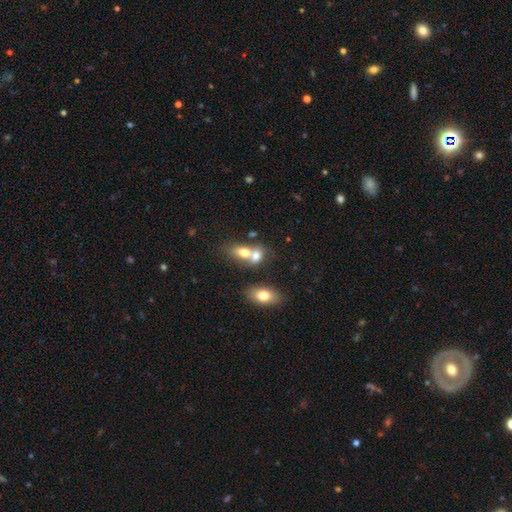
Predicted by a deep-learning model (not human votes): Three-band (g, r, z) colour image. It shows a smooth galaxy with no disk features (71%) that is in between round and cigar-shaped (74%). Merging: merger (69%).